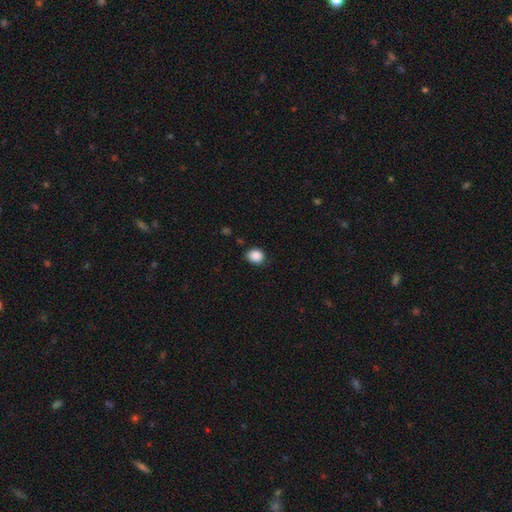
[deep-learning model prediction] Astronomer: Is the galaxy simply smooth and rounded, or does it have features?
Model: smooth — 88%.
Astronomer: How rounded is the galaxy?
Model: round — 59% (runner-up: in between, 40%).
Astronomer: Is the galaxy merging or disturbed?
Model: none — 81%.